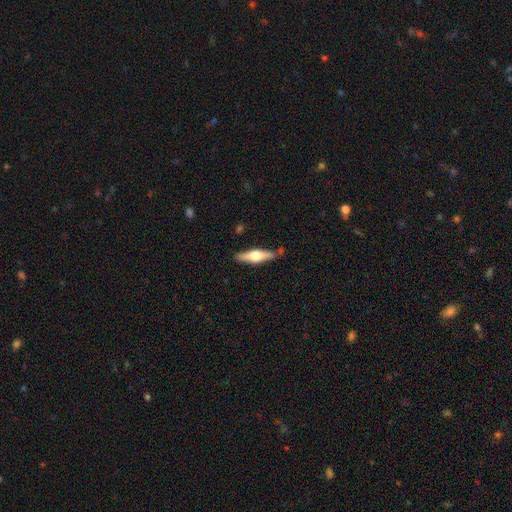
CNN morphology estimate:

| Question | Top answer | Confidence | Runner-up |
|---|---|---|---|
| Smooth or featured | featured or disk | 57% | smooth (38%) |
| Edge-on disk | yes | 95% | no (5%) |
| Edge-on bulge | rounded | 92% | boxy (6%) |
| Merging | none | 81% | minor disturbance (13%) |